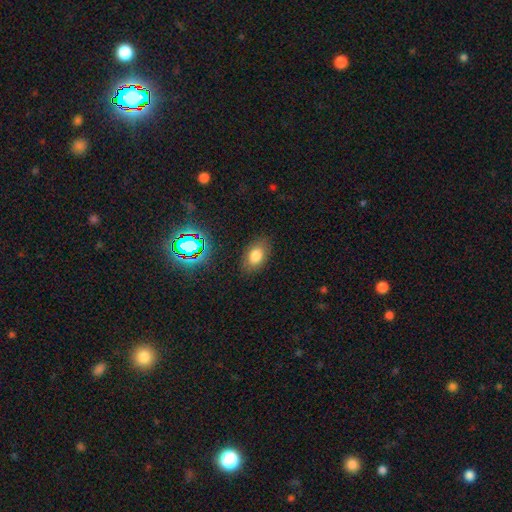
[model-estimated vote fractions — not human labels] Smooth or featured: smooth — 78% (star or artifact — 13%)
How rounded: in between — 86% (round — 13%)
Merging: none — 83% (minor disturbance — 12%)